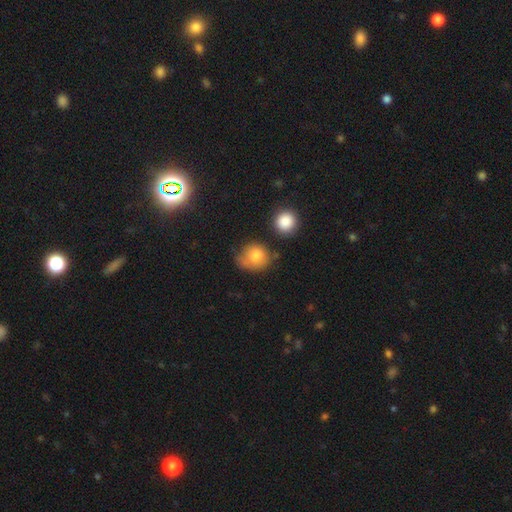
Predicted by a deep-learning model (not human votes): Smooth or featured: smooth — 78% (featured or disk — 12%)
How rounded: round — 76% (in between — 23%)
Merging: none — 50% (minor disturbance — 29%)